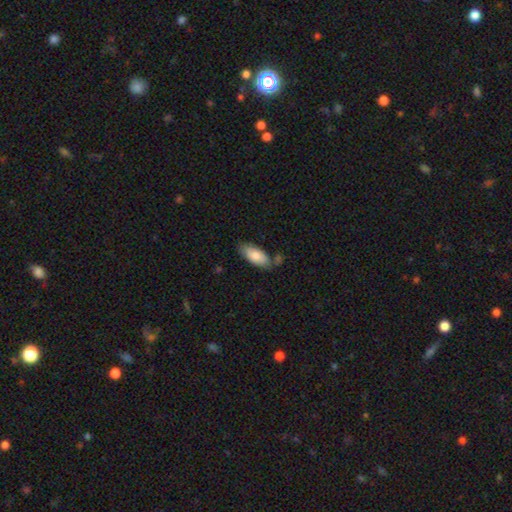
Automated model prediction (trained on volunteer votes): This is clearly a smooth galaxy (82%). How rounded: clearly in between (88%). Merging: likely none (67%).